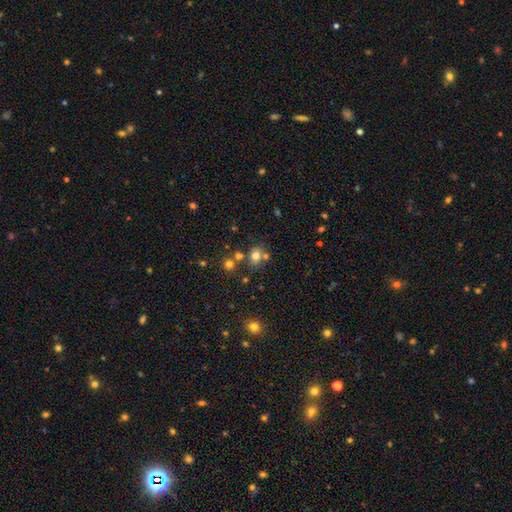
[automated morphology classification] Smooth or featured? smooth (73%)
How rounded? round (59%)
Merging? none (60%)